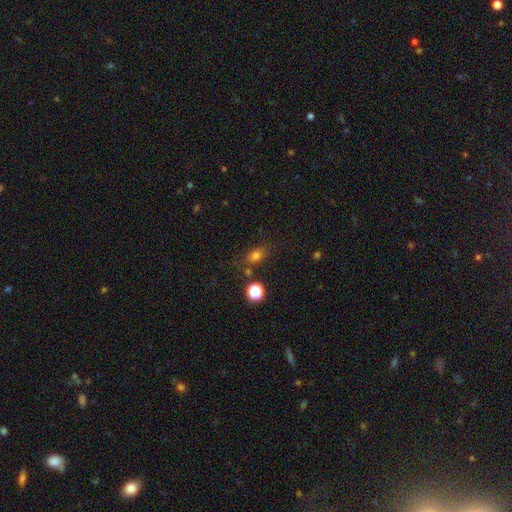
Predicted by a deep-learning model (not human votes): A smooth galaxy with no disk features (74%) that is in between round and cigar-shaped (60%).

Vote fractions:
- Smooth or featured? smooth: 74% / star or artifact: 16% / featured or disk: 10%
- How rounded? in between: 60% / round: 36% / cigar-shaped: 4%
- Merging? none: 73% / minor disturbance: 16% / merger: 6% / major disturbance: 5%